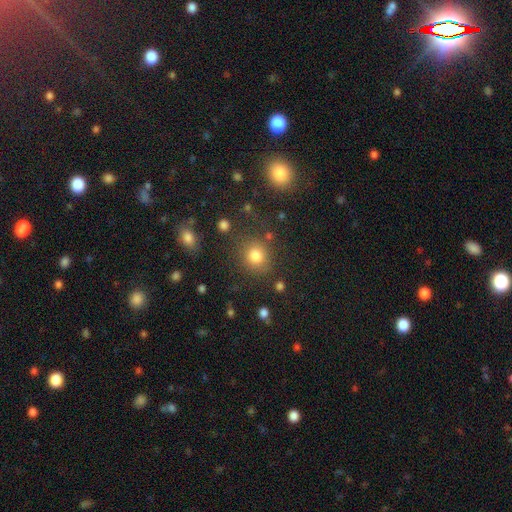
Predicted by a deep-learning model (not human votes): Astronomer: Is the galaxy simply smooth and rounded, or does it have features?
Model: smooth — 80%.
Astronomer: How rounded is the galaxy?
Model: round — 82%.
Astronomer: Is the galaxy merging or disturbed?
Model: none — 77%.